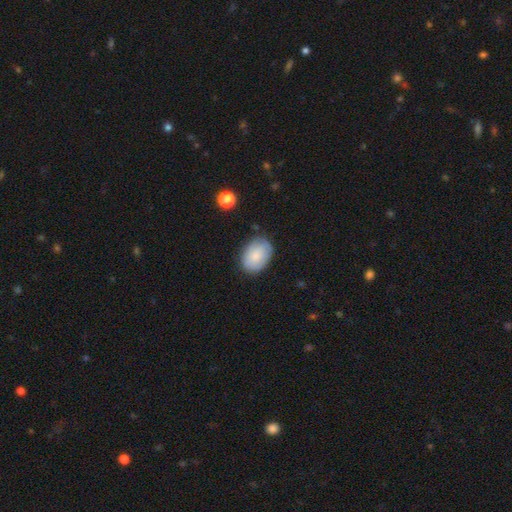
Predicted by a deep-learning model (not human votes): Smooth or featured? Predicted: smooth (p=0.78). How rounded? Predicted: in between (p=0.80). Merging? Predicted: none (p=0.79).